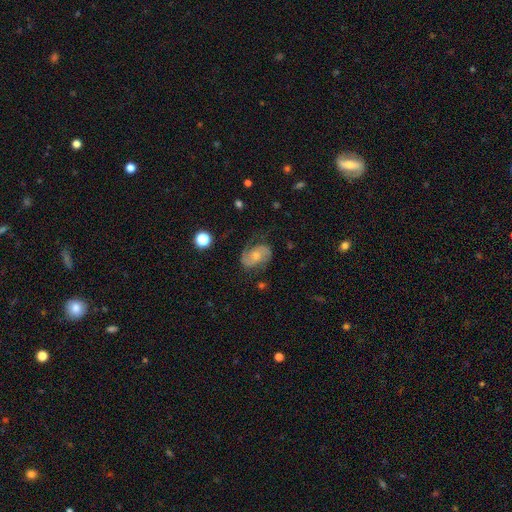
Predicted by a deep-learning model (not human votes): A featured or disk galaxy (76%) with no bar (63%), 2 (86%) medium (49%) spiral arms (94%) and a moderate central bulge (52%). Merging: none (70%).